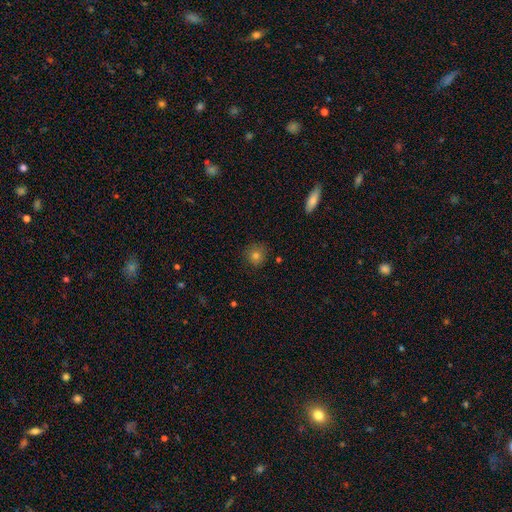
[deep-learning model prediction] Smooth or featured? Predicted: smooth (p=0.77). How rounded? Predicted: round (p=0.91). Merging? Predicted: none (p=0.85).